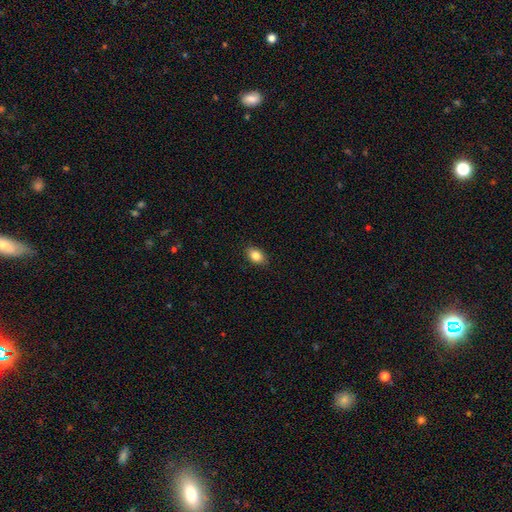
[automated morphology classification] The model was most divided on "how rounded": in between: 82%, round: 16%, cigar-shaped: 1%. More confident: merging — none (88%); smooth or featured — smooth (85%).